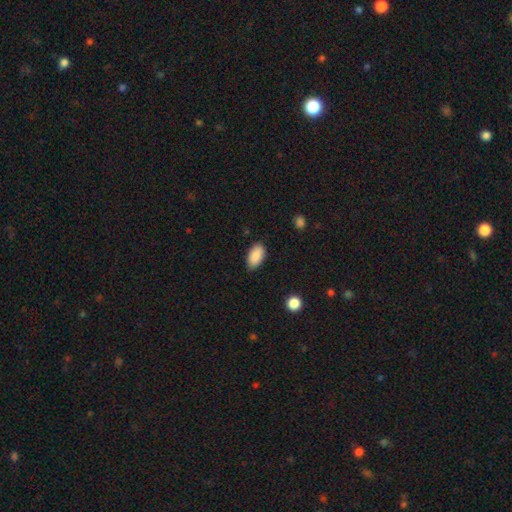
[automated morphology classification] A smooth galaxy with no disk features (89%) that is in between round and cigar-shaped (94%).

Vote fractions:
- Smooth or featured? smooth: 89% / star or artifact: 7% / featured or disk: 4%
- How rounded? in between: 94% / cigar-shaped: 3% / round: 3%
- Merging? none: 85% / minor disturbance: 12% / major disturbance: 2% / merger: 1%